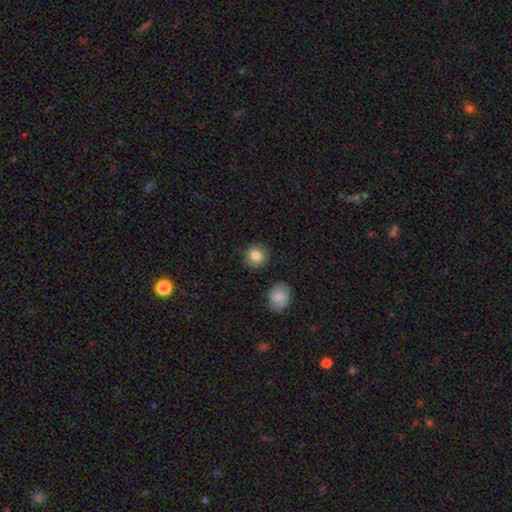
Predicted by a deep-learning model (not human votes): Smooth or featured?
  - smooth: 81% *
  - featured or disk: 11%
  - star or artifact: 8%
How rounded?
  - round: 89% *
  - in between: 10%
  - cigar-shaped: 1%
Merging?
  - none: 87% *
  - minor disturbance: 9%
  - major disturbance: 2%
  - merger: 2%